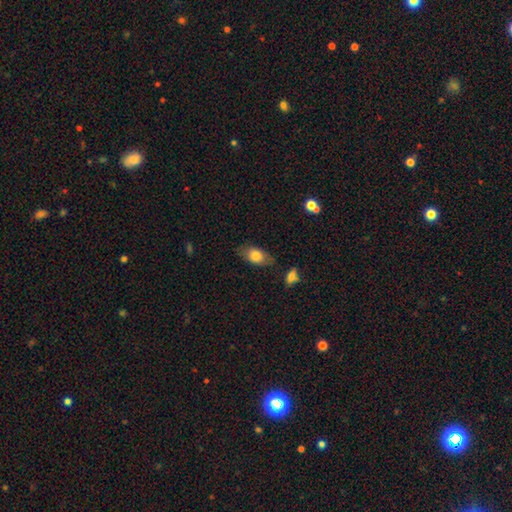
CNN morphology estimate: A smooth galaxy with no disk features (77%) that is in between round and cigar-shaped (87%).

Vote fractions:
- Smooth or featured? smooth: 77% / featured or disk: 16% / star or artifact: 7%
- How rounded? in between: 87% / round: 8% / cigar-shaped: 4%
- Merging? none: 74% / minor disturbance: 19% / major disturbance: 5% / merger: 3%